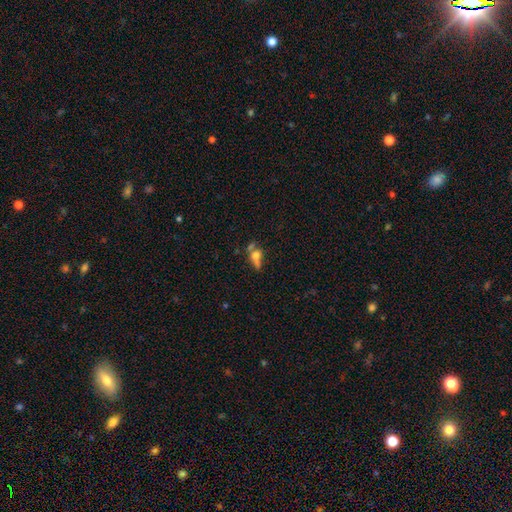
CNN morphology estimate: A smooth galaxy with no disk features (50%) that is in between round and cigar-shaped (54%). Merging: none (34%, tied with merger).